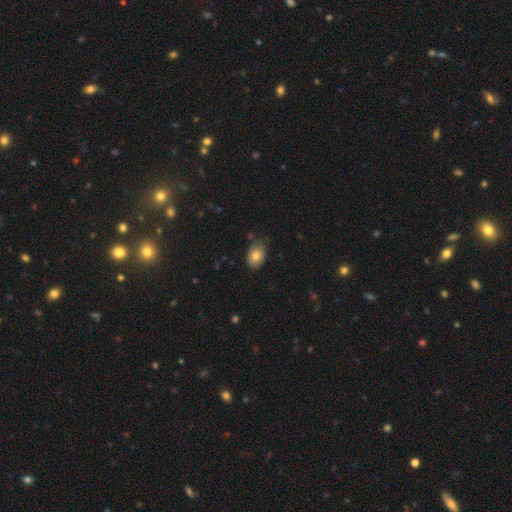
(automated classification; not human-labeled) A smooth galaxy with no disk features (80%) that is in between round and cigar-shaped (85%).

Vote fractions:
- Smooth or featured? smooth: 80% / featured or disk: 13% / star or artifact: 8%
- How rounded? in between: 85% / round: 14% / cigar-shaped: 1%
- Merging? none: 68% / minor disturbance: 26% / major disturbance: 4% / merger: 2%